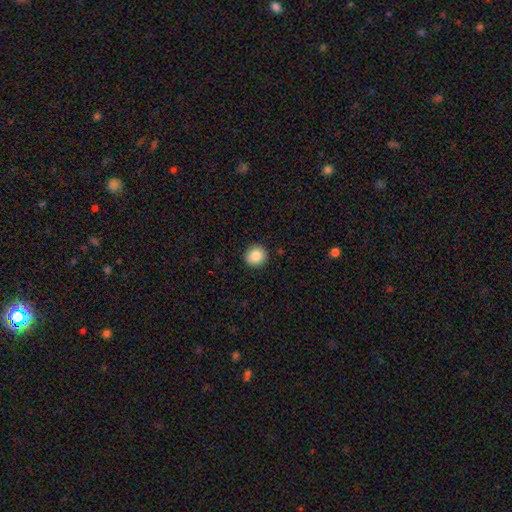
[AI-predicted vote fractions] This is clearly a smooth galaxy (85%). How rounded: clearly round (89%). Merging: clearly none (91%).